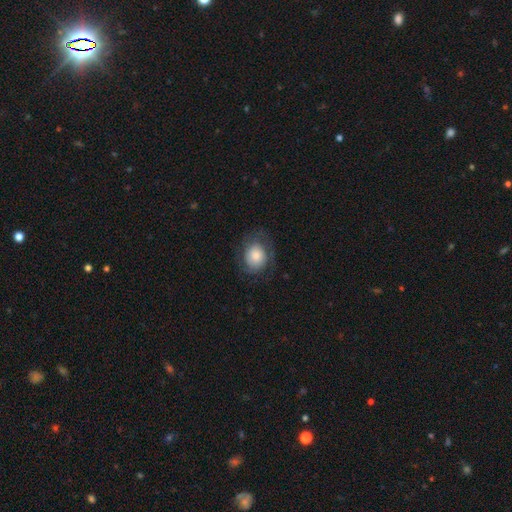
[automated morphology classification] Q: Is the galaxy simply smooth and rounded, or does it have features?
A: smooth — 58%.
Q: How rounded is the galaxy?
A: round — 63%.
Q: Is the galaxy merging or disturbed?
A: none — 66%.